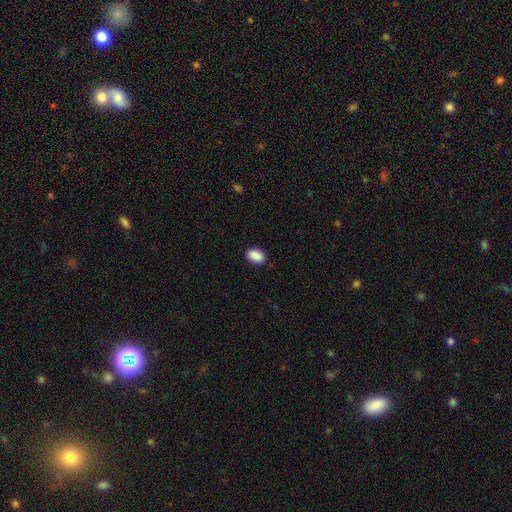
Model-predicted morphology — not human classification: smooth 90%, star or artifact 7%, featured or disk 2%. Down the decision tree: how rounded — in between (86%); merging — none (89%).